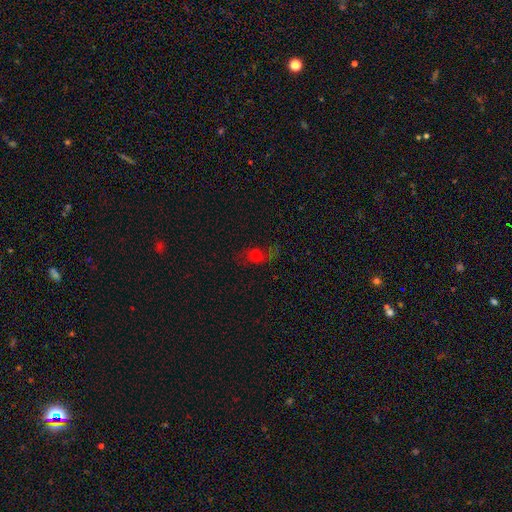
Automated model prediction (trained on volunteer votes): Smooth or featured?
  - smooth: 44% *
  - featured or disk: 37%
  - star or artifact: 19%
Merging?
  - none: 59% *
  - minor disturbance: 22%
  - major disturbance: 15%
  - merger: 4%